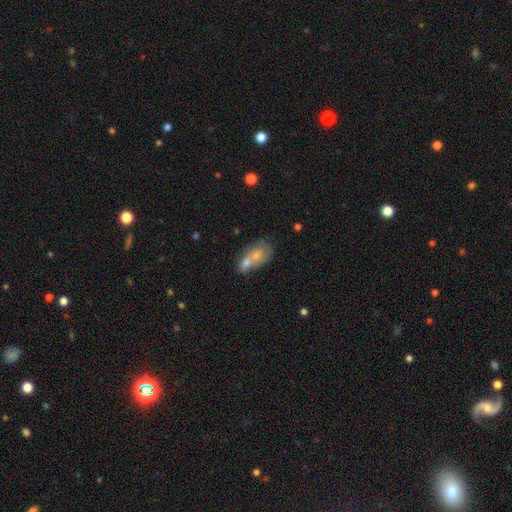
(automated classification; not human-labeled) Smooth or featured?
  - smooth: 61% *
  - featured or disk: 27%
  - star or artifact: 12%
How rounded?
  - in between: 71% *
  - round: 25%
  - cigar-shaped: 5%
Merging?
  - merger: 60% *
  - none: 26%
  - minor disturbance: 9%
  - major disturbance: 5%